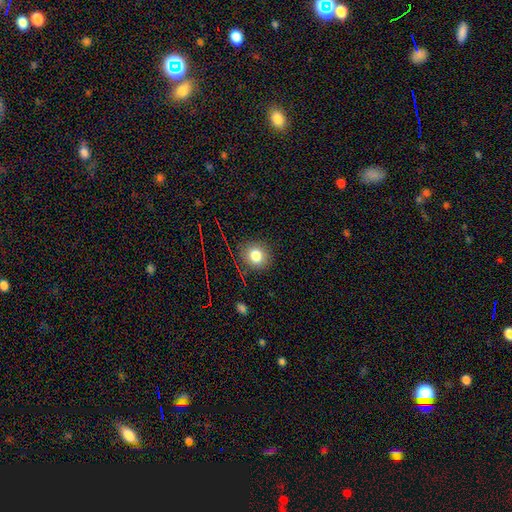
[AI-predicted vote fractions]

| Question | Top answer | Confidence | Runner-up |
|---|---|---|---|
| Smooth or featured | smooth | 80% | star or artifact (13%) |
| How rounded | round | 83% | in between (16%) |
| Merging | none | 87% | minor disturbance (9%) |